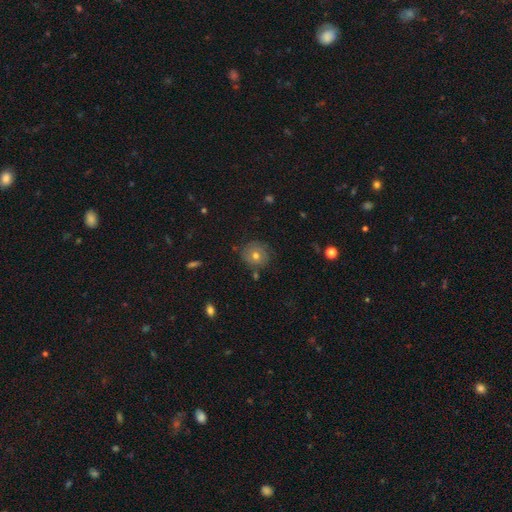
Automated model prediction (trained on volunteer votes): This appears to be a smooth galaxy with no disk features (57%) that is round (87%). Merging: none (79%).